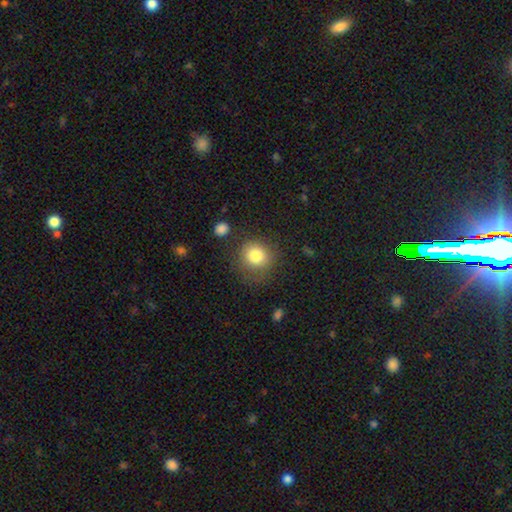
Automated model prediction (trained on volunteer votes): smooth-or-featured: smooth: 82% | star or artifact: 10% | featured or disk: 8%
  how-rounded: round: 88% | in between: 11% | cigar-shaped: 1%
  merging: none: 76% | minor disturbance: 15% | major disturbance: 7% | merger: 3%